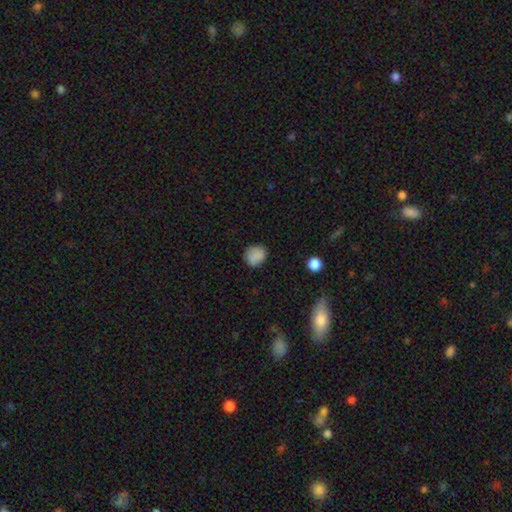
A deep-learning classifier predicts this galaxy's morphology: Smooth or featured? smooth (85%)
How rounded? round (70%)
Merging? none (79%)